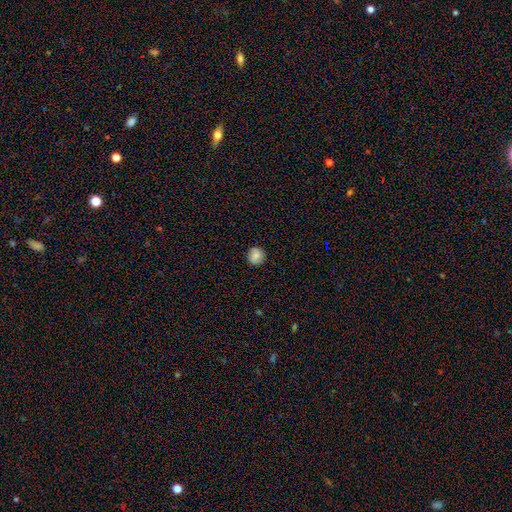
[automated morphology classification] Smooth or featured: smooth — 82% (featured or disk — 10%)
How rounded: round — 91% (in between — 8%)
Merging: none — 89% (minor disturbance — 8%)